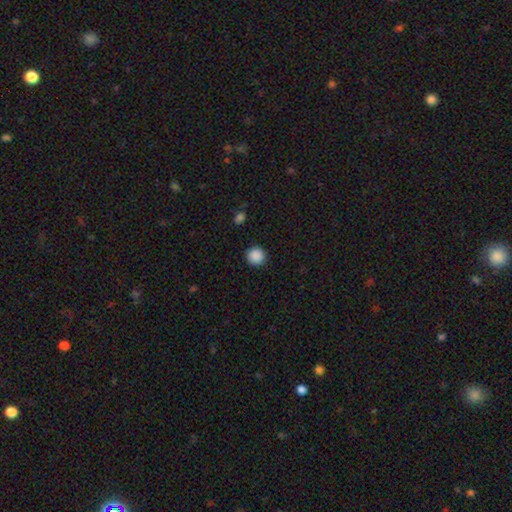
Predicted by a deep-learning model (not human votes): Smooth or featured? smooth (89%)
How rounded? round (94%)
Merging? none (92%)